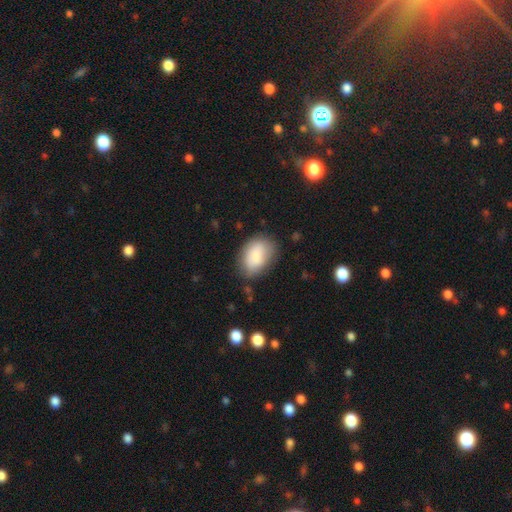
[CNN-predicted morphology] The model was most divided on "merging": none: 71%, minor disturbance: 20%, major disturbance: 6%, merger: 2%. More confident: how rounded — in between (84%); smooth or featured — smooth (83%).